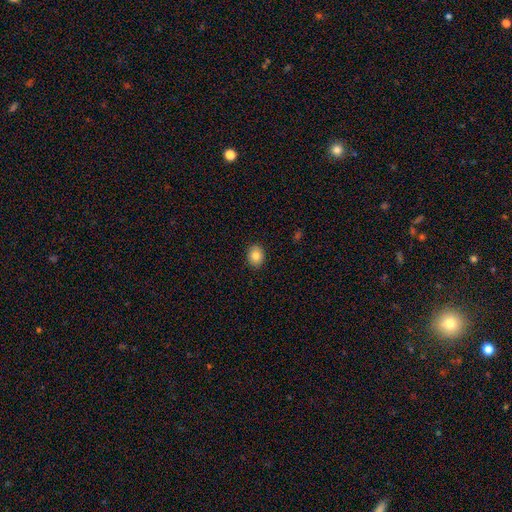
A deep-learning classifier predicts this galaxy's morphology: type=smooth (84%); roundness=round (54%); merging=none (90%).